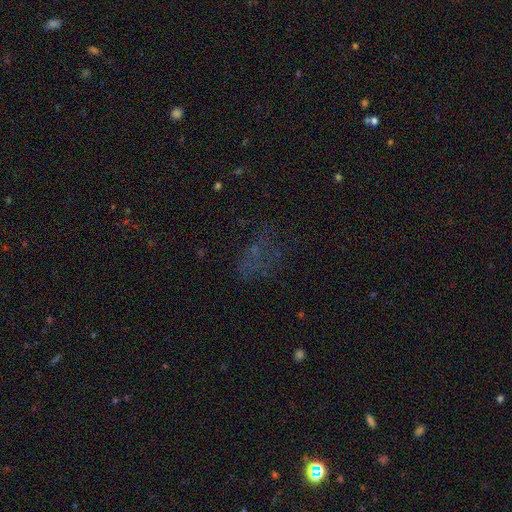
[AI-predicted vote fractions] Morphology: type=star or artifact (43%).